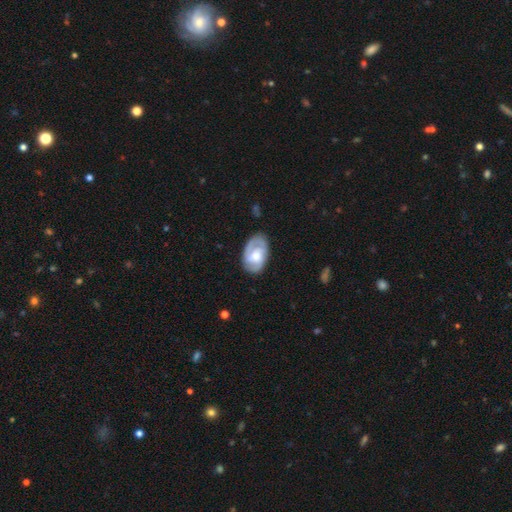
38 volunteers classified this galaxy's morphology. smooth-or-featured: featured or disk: 82% | smooth: 11% | star or artifact: 8%
  disk-edge-on: no: 94% | yes: 6%
    bar: weak: 66% | no: 31% | strong: 3%
    has-spiral-arms: yes: 90% | no: 10%
      spiral-winding: tight: 58% | medium: 31% | loose: 12%
      spiral-arm-count: 2: 69% | can't tell: 15% | 3: 12% | 4: 4% | 1: 0% | more than 4: 0%
    bulge-size: moderate: 66% | large: 21% | small: 10% | none: 3% | dominant: 0%
  merging: none: 60% | minor disturbance: 37% | major disturbance: 3% | merger: 0%